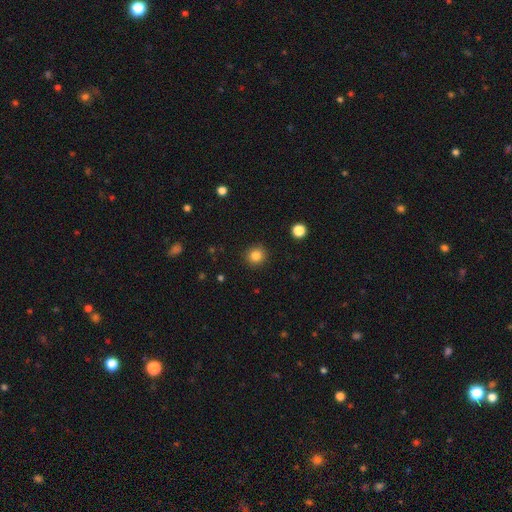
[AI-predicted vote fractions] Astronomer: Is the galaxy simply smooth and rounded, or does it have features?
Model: smooth — 83%.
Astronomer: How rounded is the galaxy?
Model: round — 92%.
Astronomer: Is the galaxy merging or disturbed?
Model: none — 91%.